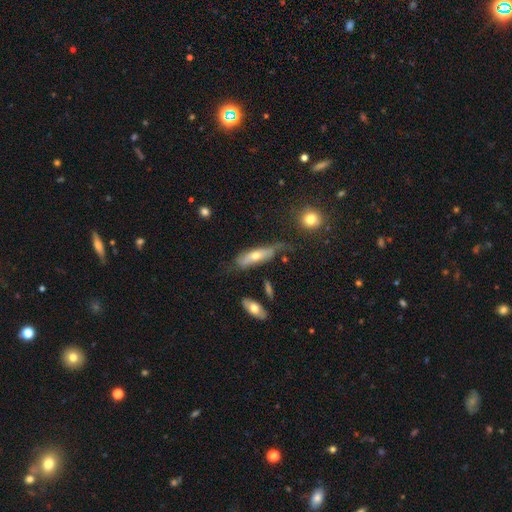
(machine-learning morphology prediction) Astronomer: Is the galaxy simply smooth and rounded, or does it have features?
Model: featured or disk — 49% (runner-up: smooth, 43%).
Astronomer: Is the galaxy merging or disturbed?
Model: none — 48% (runner-up: minor disturbance, 31%).